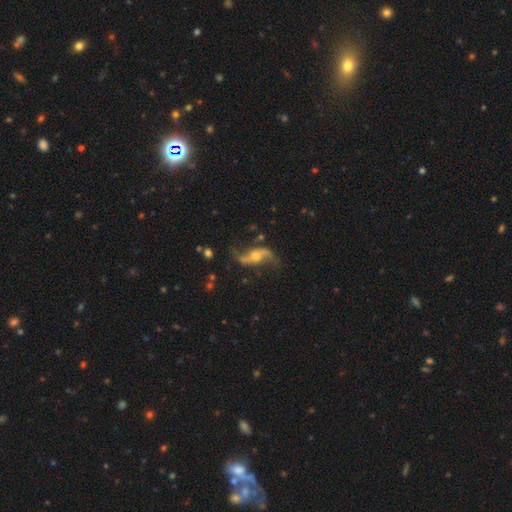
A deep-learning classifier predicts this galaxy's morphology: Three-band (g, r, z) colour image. It shows a featured or disk galaxy (87%) with no bar (50%), 2 (93%) loose (88%) spiral arms (95%) and a moderate central bulge (53%). Merging: none (74%).